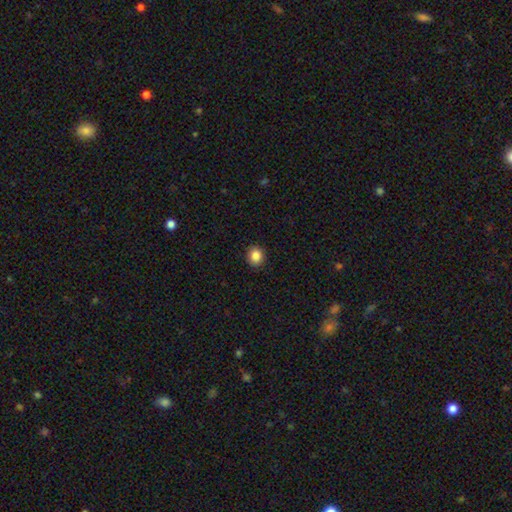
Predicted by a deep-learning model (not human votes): Overall: smooth (87%). How rounded: round (75%). Merging: none (91%).